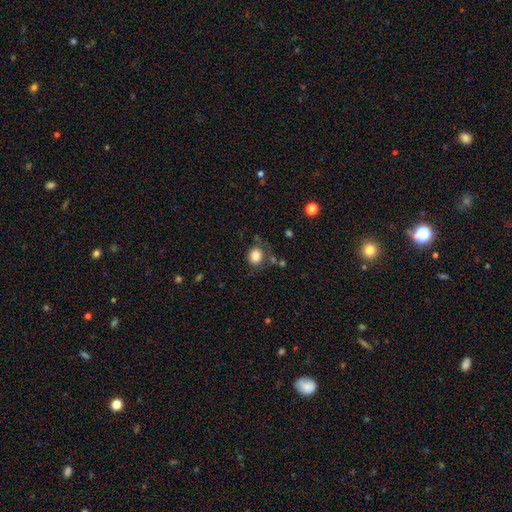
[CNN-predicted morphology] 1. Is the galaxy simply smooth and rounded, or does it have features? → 84% smooth, 10% star or artifact, 6% featured or disk.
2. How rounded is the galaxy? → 72% round, 27% in between, 1% cigar-shaped.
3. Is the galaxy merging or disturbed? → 73% none, 16% minor disturbance, 6% major disturbance, 5% merger.